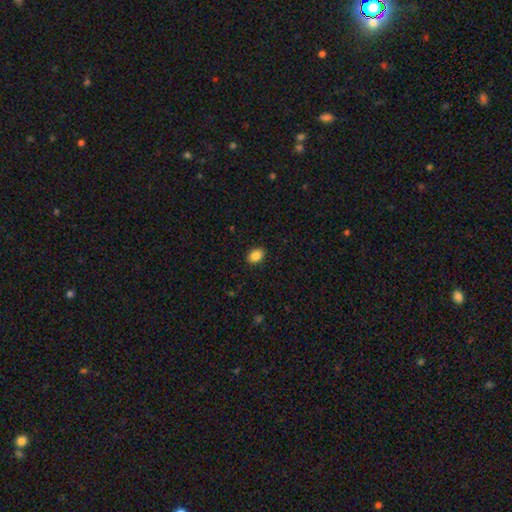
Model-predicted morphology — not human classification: The model was most divided on "how rounded": in between: 78%, round: 21%, cigar-shaped: 1%. More confident: merging — none (90%); smooth or featured — smooth (88%).